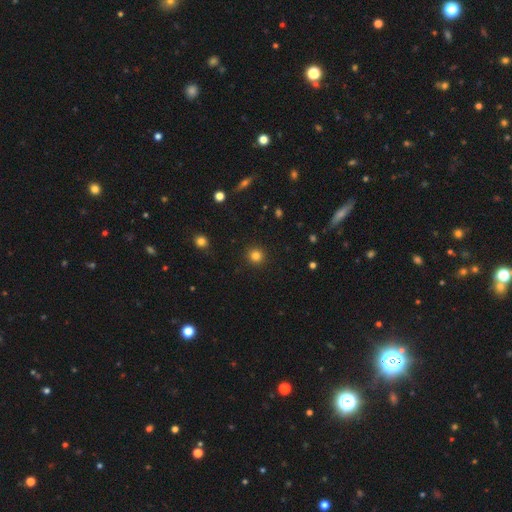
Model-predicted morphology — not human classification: Smooth or featured?
  - smooth: 83% *
  - star or artifact: 13%
  - featured or disk: 4%
How rounded?
  - round: 94% *
  - in between: 5%
  - cigar-shaped: 1%
Merging?
  - none: 92% *
  - minor disturbance: 5%
  - major disturbance: 2%
  - merger: 1%